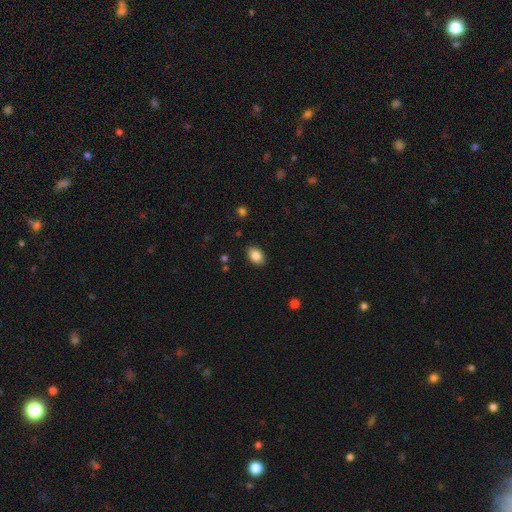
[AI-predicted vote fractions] Overall: smooth (85%). How rounded: in between (82%). Merging: none (87%).